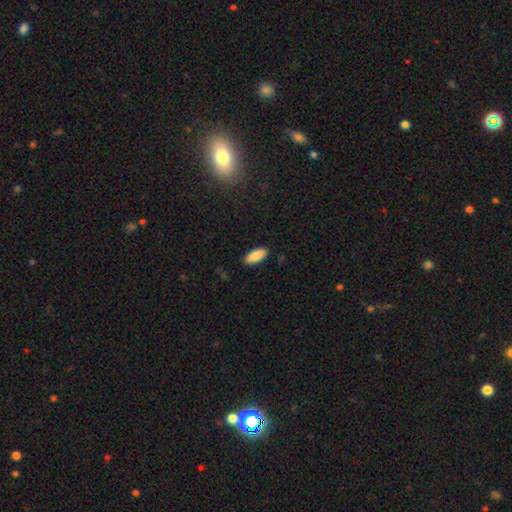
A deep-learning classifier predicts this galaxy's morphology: Q: Smooth or featured?
A: smooth (87%); runner-up: featured or disk (7%)
Q: How rounded?
A: in between (77%); runner-up: cigar-shaped (21%)
Q: Merging?
A: none (90%); runner-up: minor disturbance (8%)